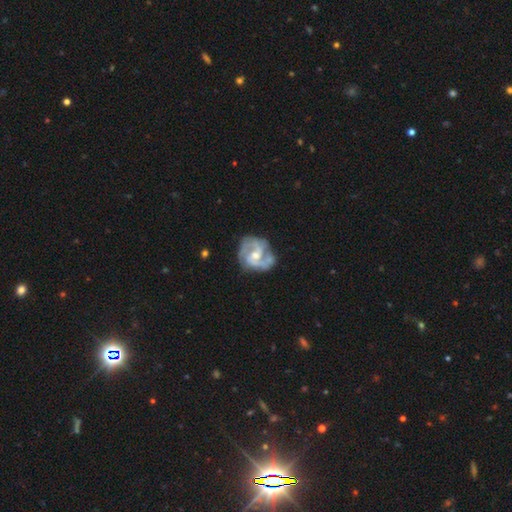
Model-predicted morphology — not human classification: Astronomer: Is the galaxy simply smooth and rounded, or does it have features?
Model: featured or disk — 89%.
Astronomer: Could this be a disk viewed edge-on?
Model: no — 98%.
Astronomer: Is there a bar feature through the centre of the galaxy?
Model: weak — 46% (runner-up: no, 43%).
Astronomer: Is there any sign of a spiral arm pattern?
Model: yes — 96%.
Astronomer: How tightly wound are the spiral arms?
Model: medium — 51% (runner-up: tight, 36%).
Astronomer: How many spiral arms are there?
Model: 2 — 61%.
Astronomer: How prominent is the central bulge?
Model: moderate — 62%.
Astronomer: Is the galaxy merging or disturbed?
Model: none — 64%.